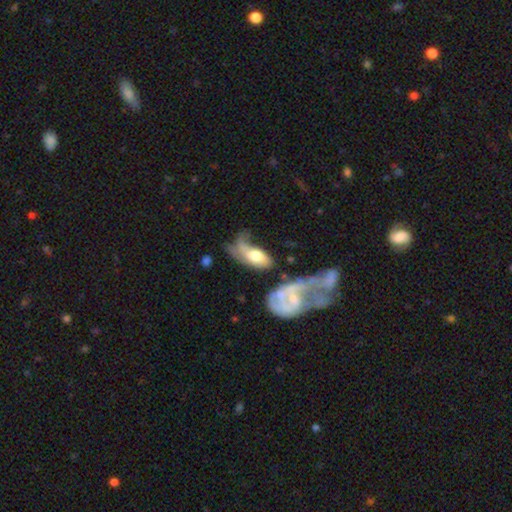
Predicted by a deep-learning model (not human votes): A featured or disk galaxy (47%). Merging: major disturbance (37%).